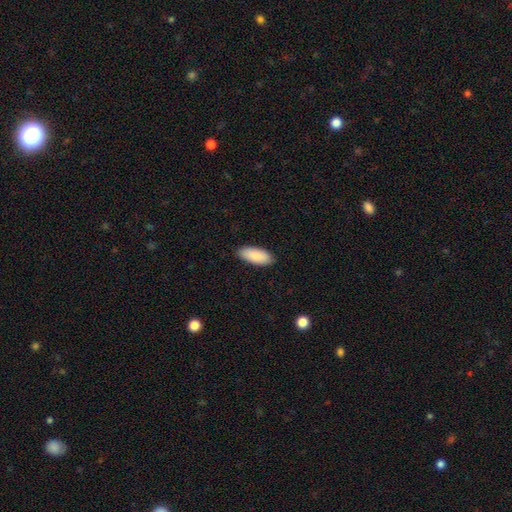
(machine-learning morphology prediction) smooth 90%, star or artifact 6%, featured or disk 5%. Down the decision tree: how rounded — in between (86%); merging — none (88%).